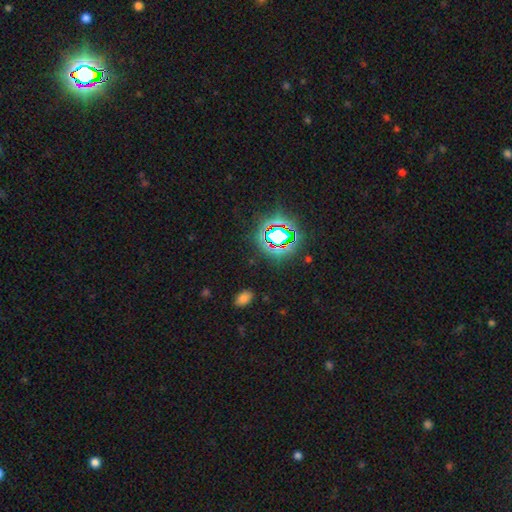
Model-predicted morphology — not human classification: This is likely a star or artifact rather than a galaxy (72%).